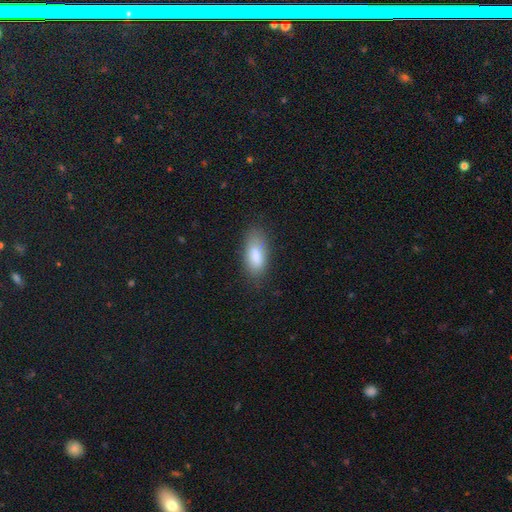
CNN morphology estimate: Smooth or featured?
  - smooth: 84% *
  - featured or disk: 8%
  - star or artifact: 7%
How rounded?
  - in between: 82% *
  - cigar-shaped: 15%
  - round: 2%
Merging?
  - none: 76% *
  - minor disturbance: 18%
  - major disturbance: 5%
  - merger: 1%